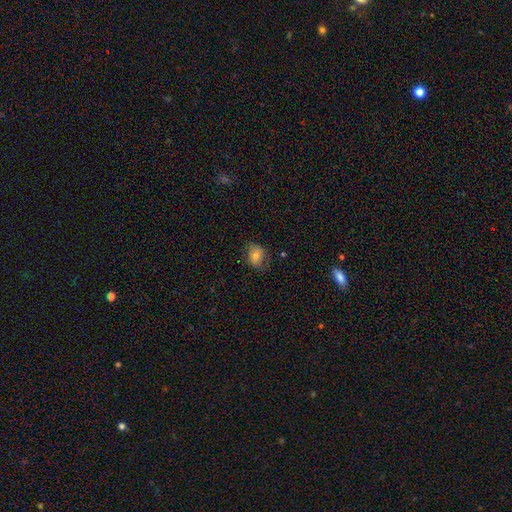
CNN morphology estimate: The model was most divided on "how rounded": in between: 54%, round: 45%, cigar-shaped: 1%. More confident: merging — none (75%); smooth or featured — smooth (75%).